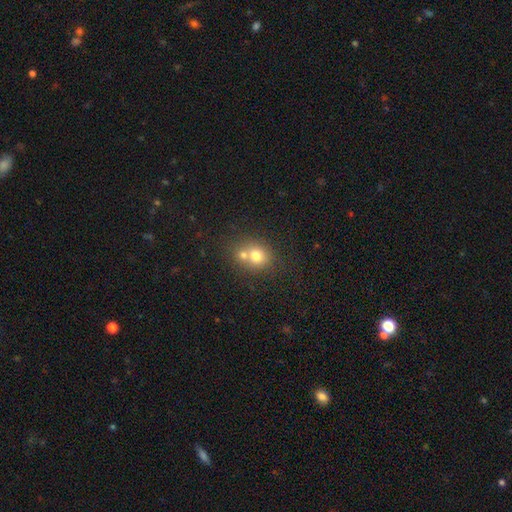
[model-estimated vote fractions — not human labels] Smooth or featured? smooth (72%)
How rounded? round (75%)
Merging? merger (48%)